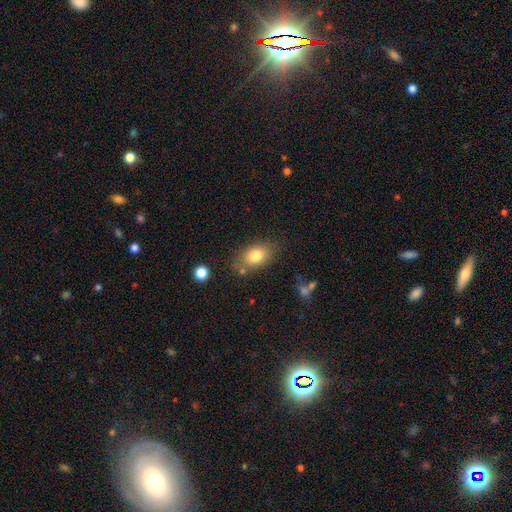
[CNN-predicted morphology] Smooth or featured: smooth — 79% (featured or disk — 12%)
How rounded: in between — 82% (round — 16%)
Merging: none — 72% (minor disturbance — 17%)